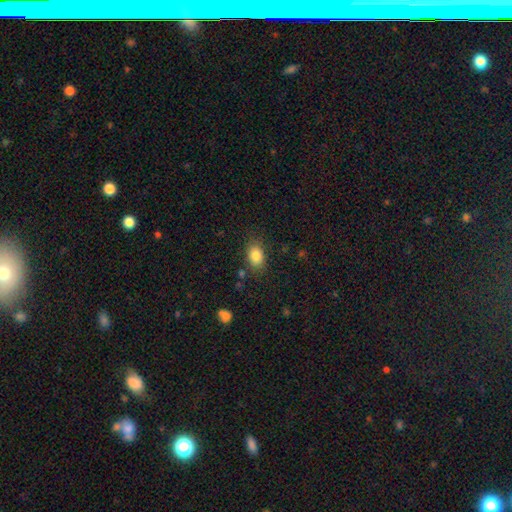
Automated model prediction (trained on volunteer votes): A smooth galaxy with no disk features (85%) that is in between round and cigar-shaped (80%). Merging: none (80%).